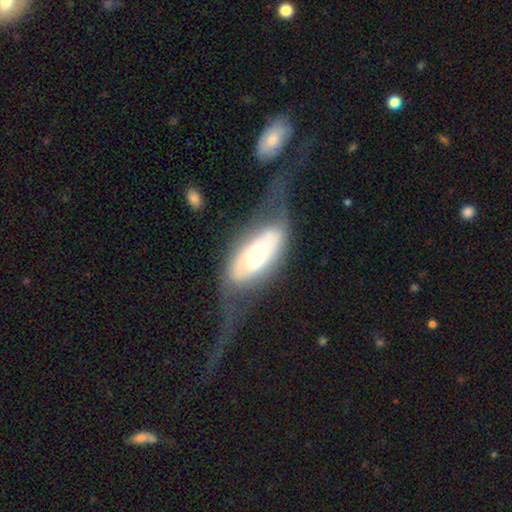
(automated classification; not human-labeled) Overall: featured or disk (61%; smooth 34%). Edge-on disk: no (78%). Merging: major disturbance (43%; none 33%).